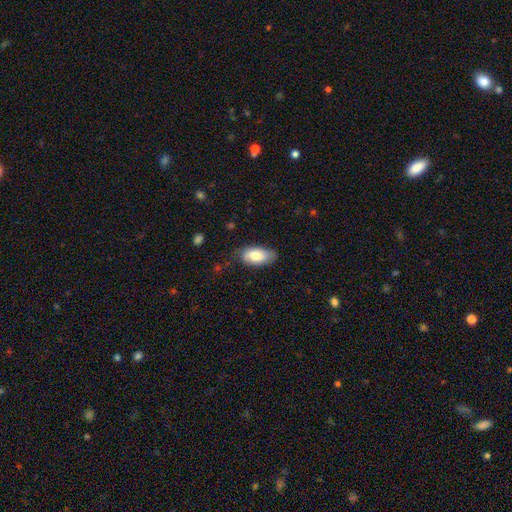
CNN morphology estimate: A smooth galaxy with no disk features (75%) that is in between round and cigar-shaped (93%). Merging: none (71%).